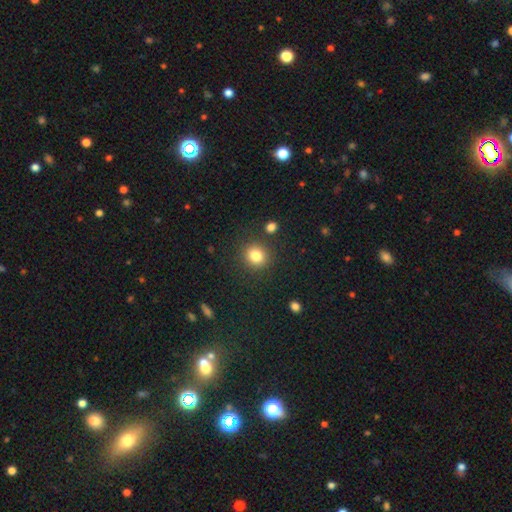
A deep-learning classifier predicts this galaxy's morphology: type=smooth (82%); roundness=round (85%); merging=none (86%).